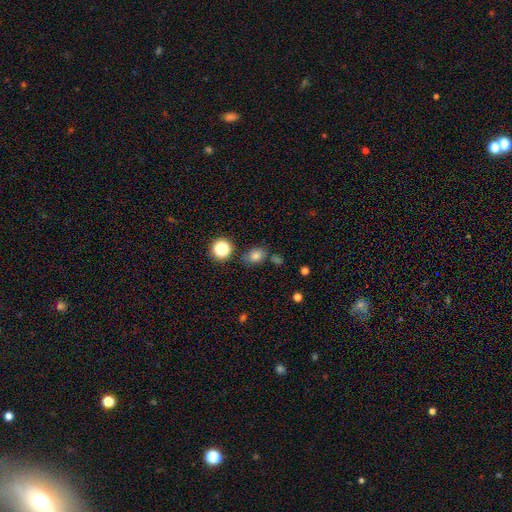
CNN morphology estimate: Smooth or featured: smooth — 78% (star or artifact — 15%)
How rounded: in between — 56% (round — 43%)
Merging: none — 72% (minor disturbance — 16%)